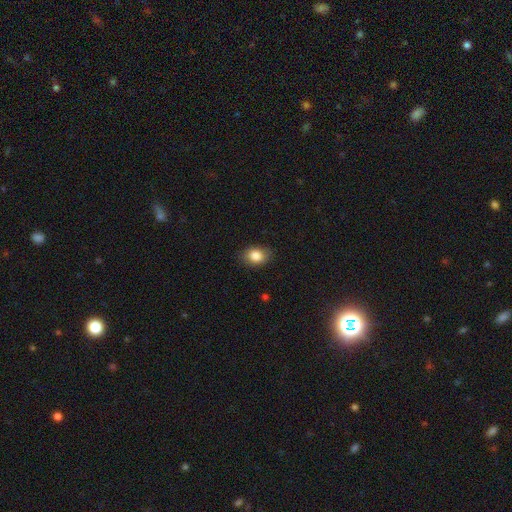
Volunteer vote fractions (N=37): Morphology: type=smooth (84%); roundness=in between (52%); merging=none (88%).